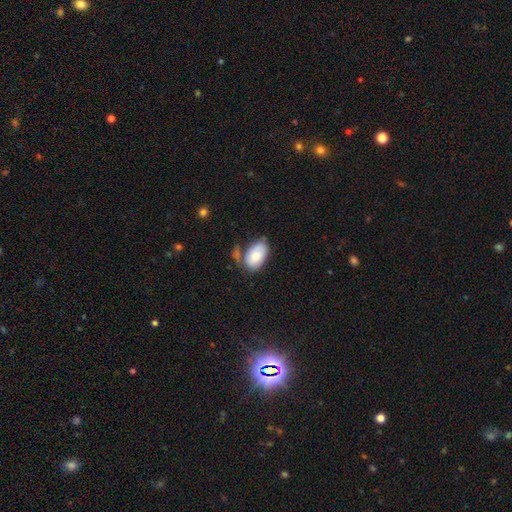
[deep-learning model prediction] This appears to be a smooth galaxy with no disk features (80%) that is in between round and cigar-shaped (93%). Merging: none (56%).